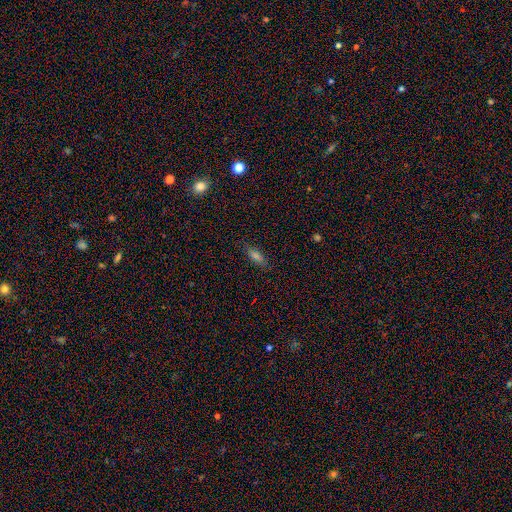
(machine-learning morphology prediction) Q: Smooth or featured?
A: smooth (63%); runner-up: featured or disk (20%)
Q: How rounded?
A: in between (54%); runner-up: cigar-shaped (41%)
Q: Merging?
A: none (83%); runner-up: minor disturbance (13%)